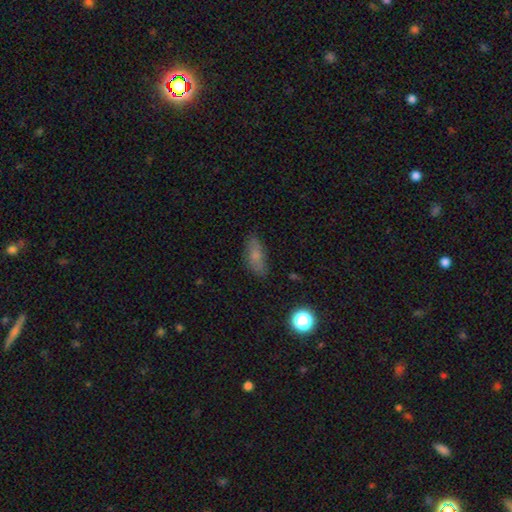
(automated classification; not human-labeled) Smooth or featured? smooth (72%)
How rounded? in between (76%)
Merging? none (79%)